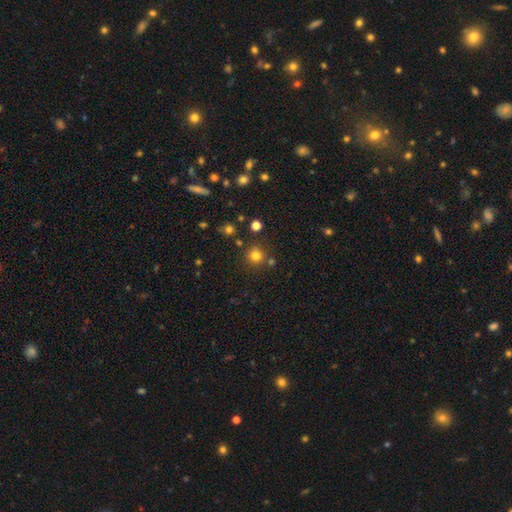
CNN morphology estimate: This is likely a smooth galaxy (77%). How rounded: clearly round (93%). Merging: clearly none (82%).